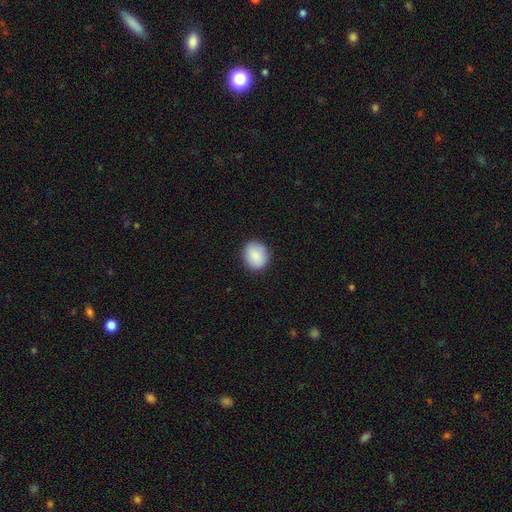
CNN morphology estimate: Q: Smooth or featured?
A: smooth (89%); runner-up: star or artifact (7%)
Q: How rounded?
A: round (70%); runner-up: in between (29%)
Q: Merging?
A: none (88%); runner-up: minor disturbance (9%)